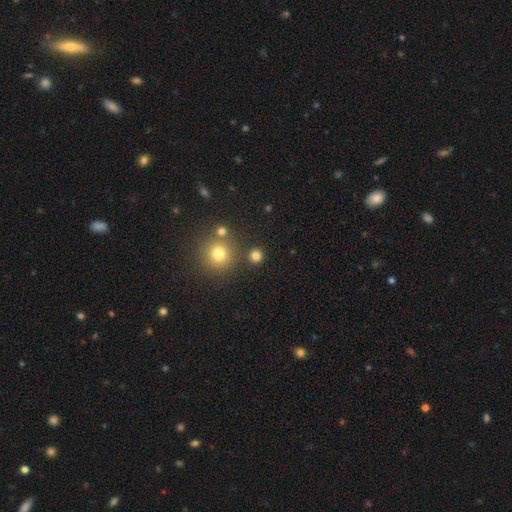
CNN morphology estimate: Q: Smooth or featured?
A: smooth (79%); runner-up: star or artifact (16%)
Q: How rounded?
A: round (92%); runner-up: in between (7%)
Q: Merging?
A: none (84%); runner-up: merger (7%)